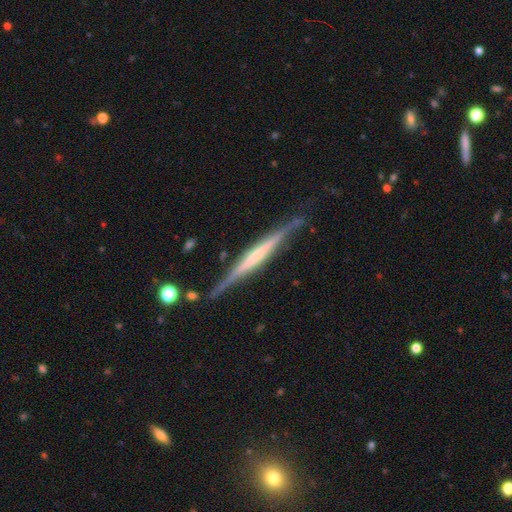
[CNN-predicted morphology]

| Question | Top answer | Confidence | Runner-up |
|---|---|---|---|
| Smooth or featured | featured or disk | 72% | smooth (22%) |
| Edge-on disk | yes | 97% | no (3%) |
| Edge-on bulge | none | 52% | boxy (26%) |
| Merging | none | 81% | minor disturbance (14%) |